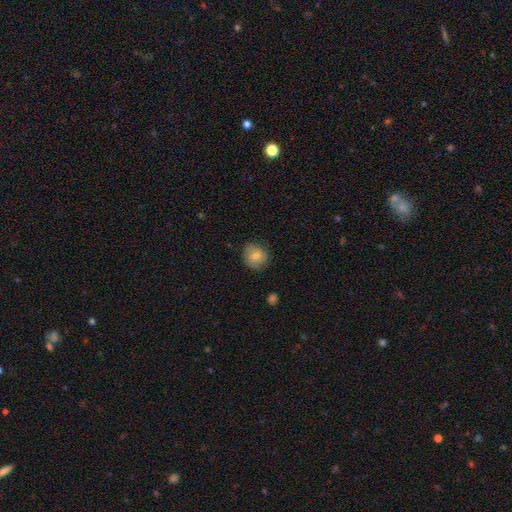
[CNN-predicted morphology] A smooth galaxy with no disk features (75%) that is round (83%).

Vote fractions:
- Smooth or featured? smooth: 75% / featured or disk: 15% / star or artifact: 9%
- How rounded? round: 83% / in between: 16% / cigar-shaped: 1%
- Merging? none: 83% / minor disturbance: 13% / major disturbance: 3% / merger: 1%